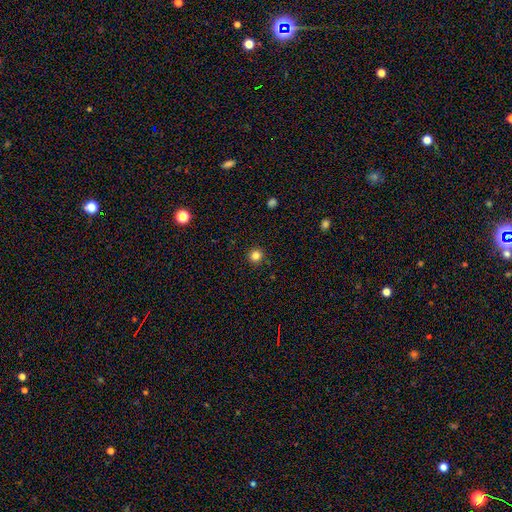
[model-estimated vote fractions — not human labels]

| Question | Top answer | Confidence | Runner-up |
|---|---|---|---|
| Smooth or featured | smooth | 83% | star or artifact (13%) |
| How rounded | round | 94% | in between (5%) |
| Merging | none | 92% | minor disturbance (5%) |